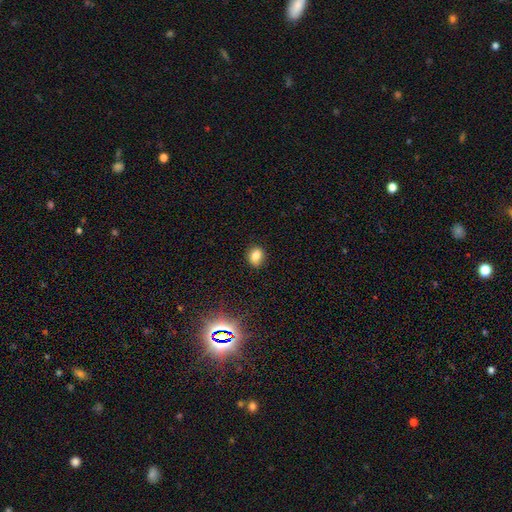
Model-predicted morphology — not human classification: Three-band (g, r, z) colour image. It shows a smooth galaxy with no disk features (81%) that is in between round and cigar-shaped (62%). Merging: none (83%).